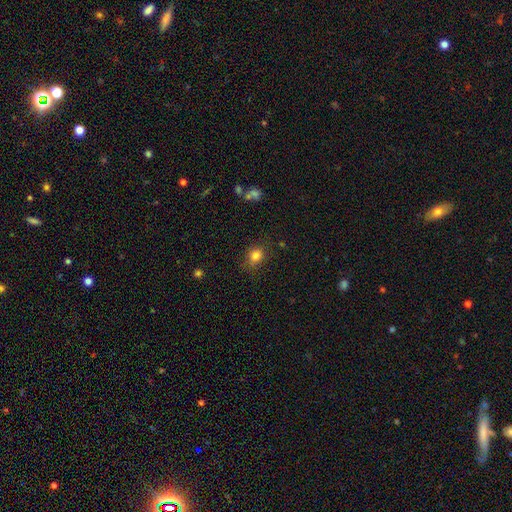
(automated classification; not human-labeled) Smooth or featured?
  - smooth: 82% *
  - star or artifact: 12%
  - featured or disk: 6%
How rounded?
  - round: 59% *
  - in between: 40%
  - cigar-shaped: 1%
Merging?
  - none: 77% *
  - minor disturbance: 16%
  - major disturbance: 5%
  - merger: 2%